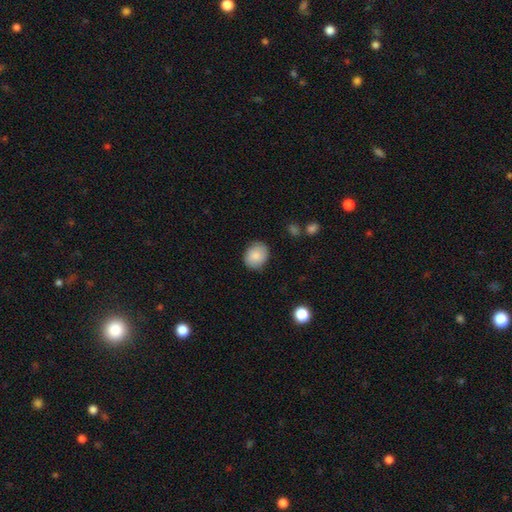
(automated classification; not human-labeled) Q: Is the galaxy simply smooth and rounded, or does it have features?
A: smooth — 87%.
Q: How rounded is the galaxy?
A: round — 60%.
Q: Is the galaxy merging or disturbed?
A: none — 84%.